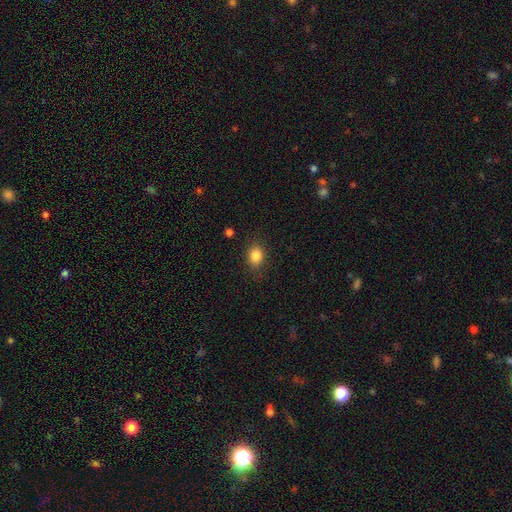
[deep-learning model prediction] Morphology: type=smooth (84%); roundness=in between (56%); merging=none (84%).